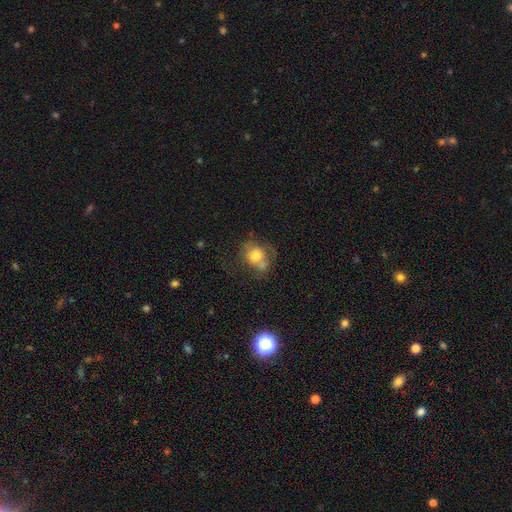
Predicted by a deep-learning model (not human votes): This is likely a smooth galaxy (68%). How rounded: possibly round (57%). Merging: marginally none (40%).